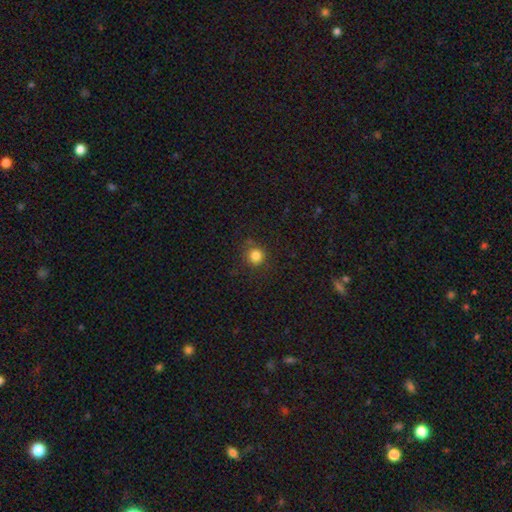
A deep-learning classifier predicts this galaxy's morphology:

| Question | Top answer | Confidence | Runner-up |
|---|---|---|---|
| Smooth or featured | smooth | 83% | star or artifact (13%) |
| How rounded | round | 93% | in between (6%) |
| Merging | none | 86% | minor disturbance (9%) |